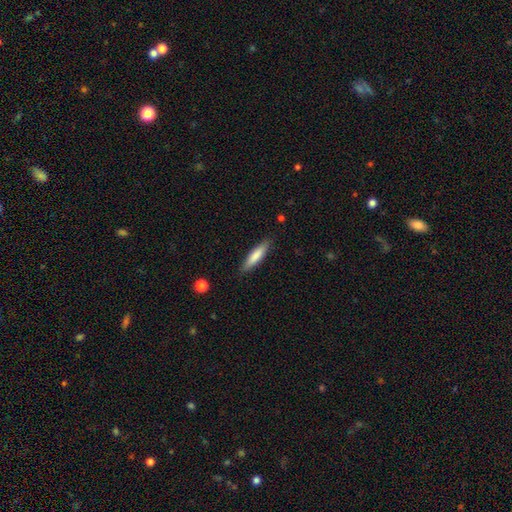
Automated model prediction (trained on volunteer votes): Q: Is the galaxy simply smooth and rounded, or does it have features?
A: smooth — 77%.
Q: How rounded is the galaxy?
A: cigar-shaped — 79%.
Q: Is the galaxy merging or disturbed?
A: none — 87%.